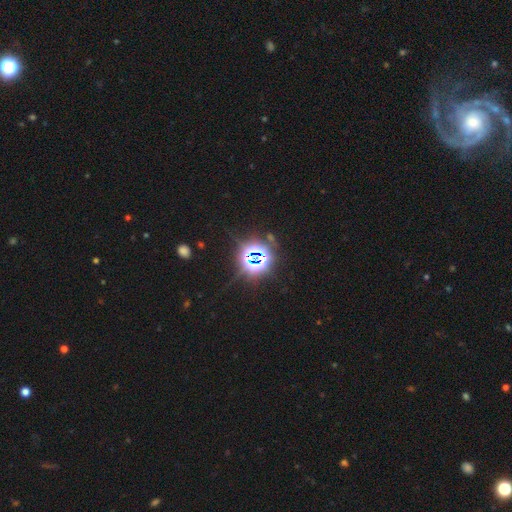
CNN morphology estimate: Smooth or featured? star or artifact (80%)